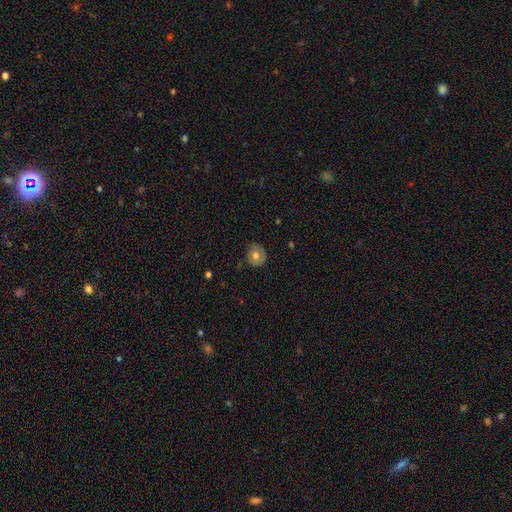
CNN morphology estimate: This is likely a smooth galaxy (65%). How rounded: clearly round (85%). Merging: clearly none (80%).